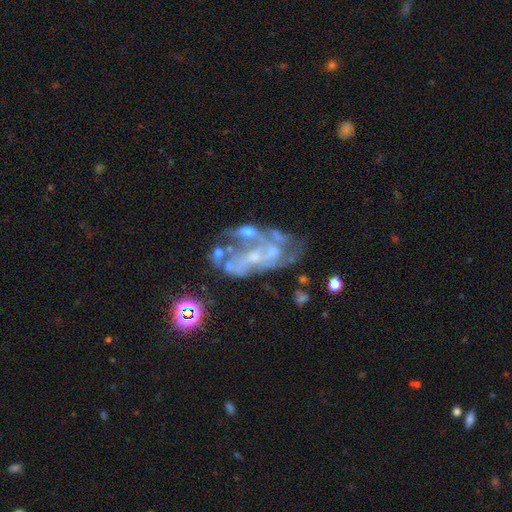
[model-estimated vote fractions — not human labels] Smooth or featured? Predicted: featured or disk (p=0.74). Edge-on disk? Predicted: no (p=0.96). Bar? Predicted: no (p=0.75). Spiral arms? Predicted: no (p=0.55). Bulge size? Predicted: small (p=0.49). Merging? Predicted: none (p=0.37).